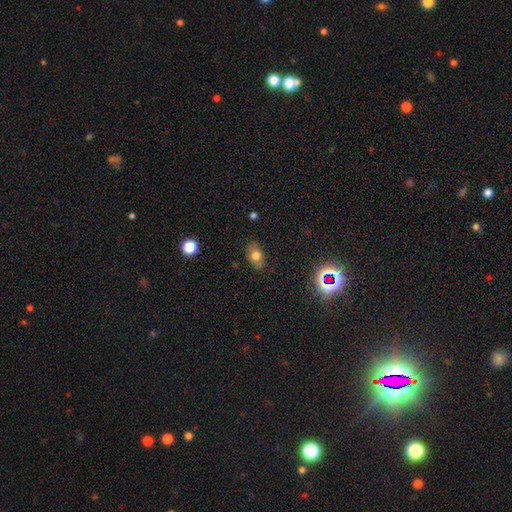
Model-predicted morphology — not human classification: Q: Smooth or featured?
A: smooth (71%); runner-up: featured or disk (18%)
Q: How rounded?
A: in between (84%); runner-up: round (13%)
Q: Merging?
A: none (82%); runner-up: minor disturbance (13%)